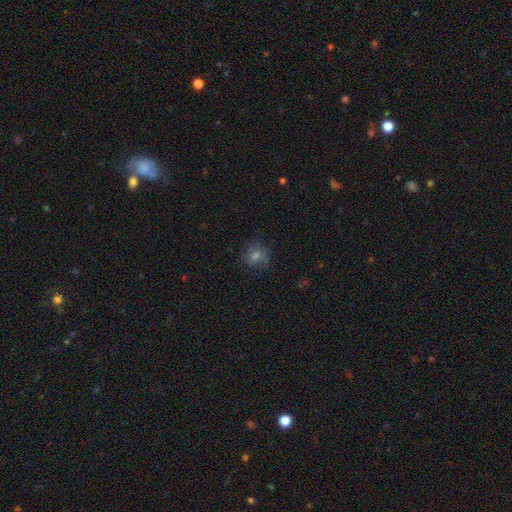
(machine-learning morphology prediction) smooth_or_featured: smooth (p=0.53) [alt: featured or disk p=0.26]
how_rounded: round (p=0.80) [alt: in between p=0.19]
merging: none (p=0.71) [alt: minor disturbance p=0.19]